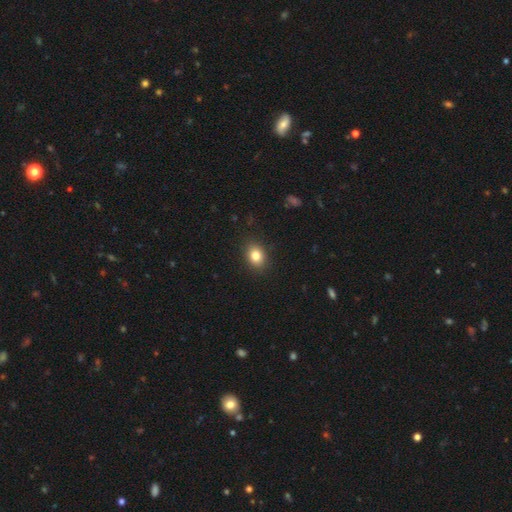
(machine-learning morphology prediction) smooth_or_featured: smooth (p=0.83) [alt: star or artifact p=0.10]
how_rounded: in between (p=0.63) [alt: round p=0.36]
merging: none (p=0.88) [alt: minor disturbance p=0.09]